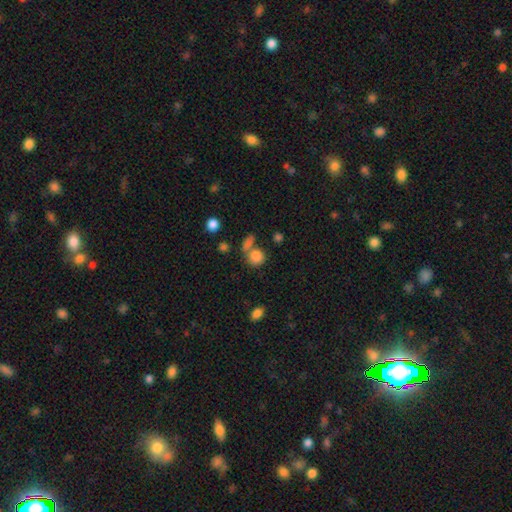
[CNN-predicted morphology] A smooth galaxy with no disk features (83%) that is round (77%). Merging: none (50%).